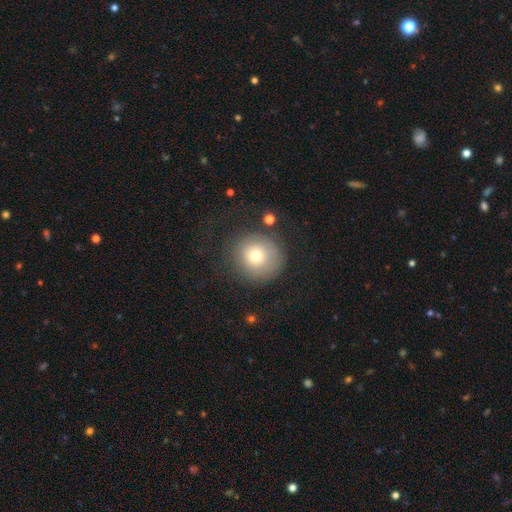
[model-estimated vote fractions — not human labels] This is likely a smooth galaxy (71%). How rounded: clearly round (93%). Merging: likely none (74%).